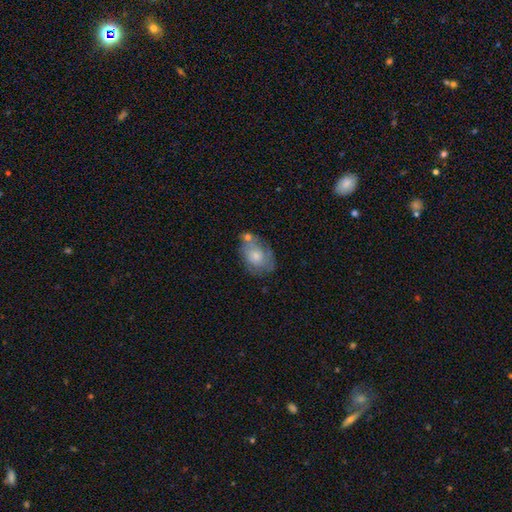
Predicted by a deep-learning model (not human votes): smooth_or_featured: smooth (p=0.57) [alt: featured or disk p=0.36]
how_rounded: in between (p=0.75) [alt: round p=0.23]
merging: none (p=0.45) [alt: minor disturbance p=0.25]